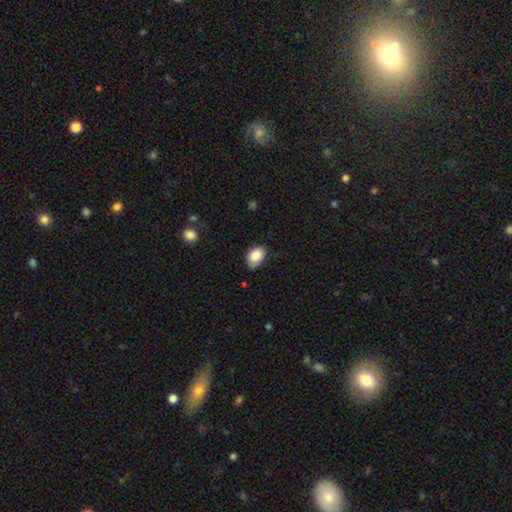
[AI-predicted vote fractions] smooth-or-featured: smooth: 88% | star or artifact: 7% | featured or disk: 5%
  how-rounded: in between: 82% | round: 16% | cigar-shaped: 1%
  merging: none: 71% | minor disturbance: 25% | major disturbance: 4% | merger: 1%